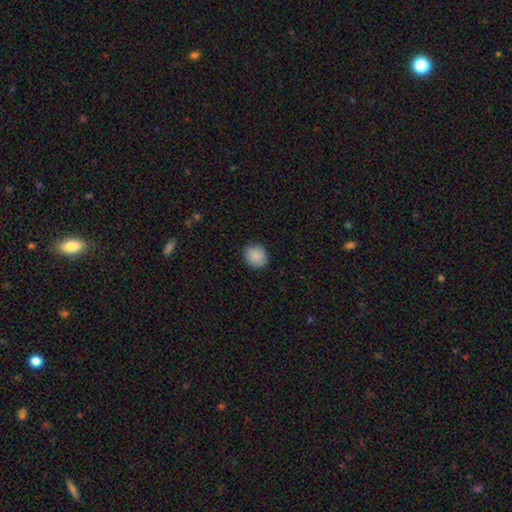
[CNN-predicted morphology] This appears to be a smooth galaxy with no disk features (89%) that is round (71%). Merging: none (86%).